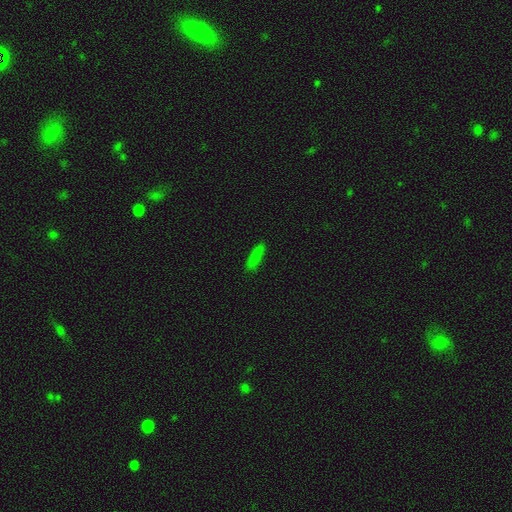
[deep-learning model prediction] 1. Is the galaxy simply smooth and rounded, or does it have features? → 82% smooth, 9% star or artifact, 9% featured or disk.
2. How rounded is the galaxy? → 82% cigar-shaped, 16% in between, 2% round.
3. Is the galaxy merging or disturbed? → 86% none, 10% minor disturbance, 2% major disturbance, 1% merger.